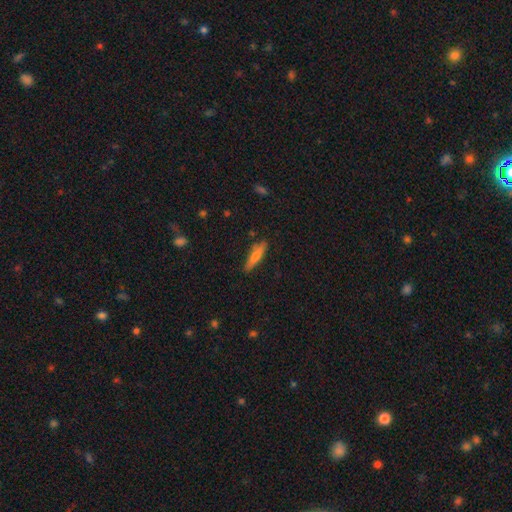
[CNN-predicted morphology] Overall: smooth (64%; featured or disk 30%). How rounded: cigar-shaped (80%). Merging: none (83%).